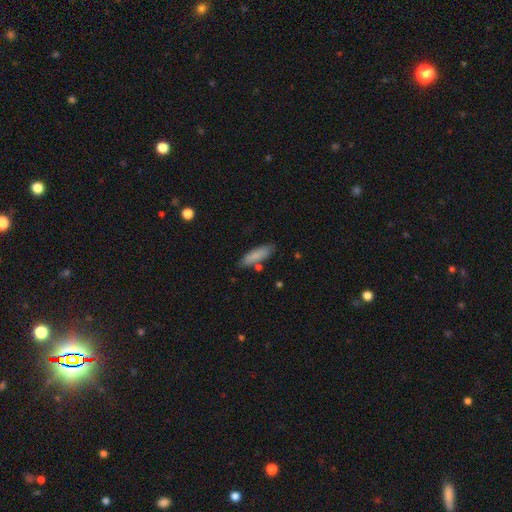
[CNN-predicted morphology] This appears to be a smooth galaxy with no disk features (83%) that is cigar-shaped (55%). Merging: none (77%).